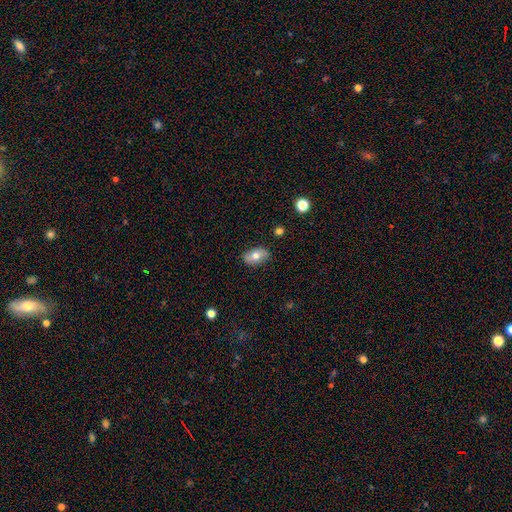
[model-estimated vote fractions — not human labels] smooth 69%, featured or disk 23%, star or artifact 8%. Down the decision tree: how rounded — in between (89%); merging — none (84%).